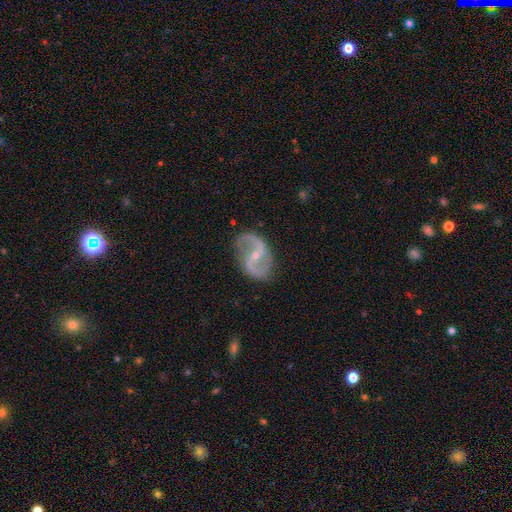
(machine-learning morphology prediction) Smooth or featured: featured or disk — 91% (star or artifact — 5%)
Edge-on disk: no — 98% (yes — 2%)
Bar: weak — 41% (strong — 34%)
Spiral arms: yes — 96% (no — 4%)
Spiral winding: loose — 54% (medium — 36%)
Spiral arm count: 2 — 94% (can't tell — 2%)
Bulge size: small — 70% (moderate — 26%)
Merging: none — 82% (minor disturbance — 12%)